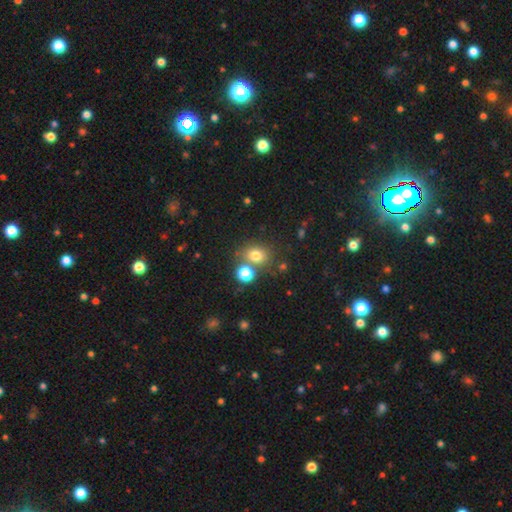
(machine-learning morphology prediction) The model was most divided on "how rounded": round: 66%, in between: 33%, cigar-shaped: 1%. More confident: smooth or featured — smooth (75%); merging — none (67%).